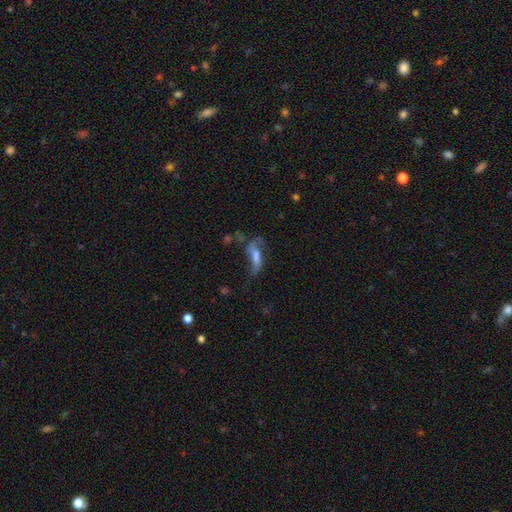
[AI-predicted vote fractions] A featured or disk galaxy (47%).

Vote fractions:
- Smooth or featured? featured or disk: 47% / smooth: 41% / star or artifact: 12%
- Merging? major disturbance: 39% / none: 31% / minor disturbance: 21% / merger: 8%